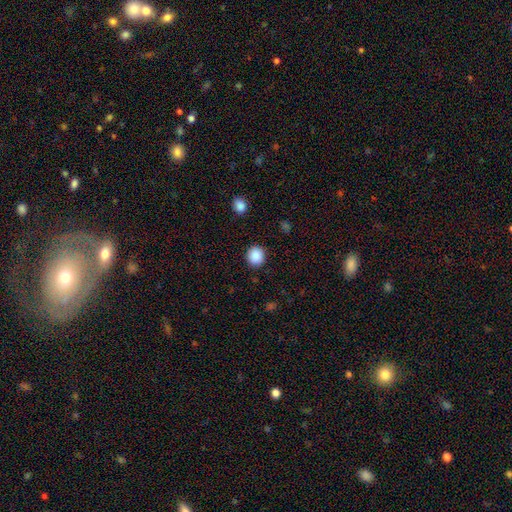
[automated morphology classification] Smooth or featured? Predicted: smooth (p=0.89). How rounded? Predicted: round (p=0.85). Merging? Predicted: none (p=0.90).